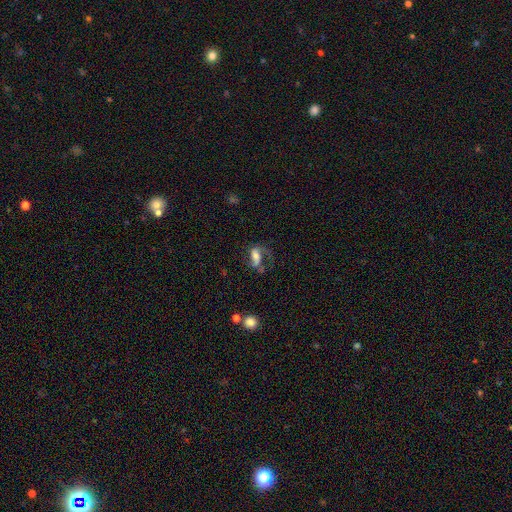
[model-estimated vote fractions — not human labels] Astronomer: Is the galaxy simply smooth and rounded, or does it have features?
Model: featured or disk — 61%.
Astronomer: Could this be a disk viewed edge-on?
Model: no — 94%.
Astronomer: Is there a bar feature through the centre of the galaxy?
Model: no — 38% (runner-up: weak, 35%).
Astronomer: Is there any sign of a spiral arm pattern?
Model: yes — 84%.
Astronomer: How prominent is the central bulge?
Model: moderate — 47% (runner-up: small, 23%).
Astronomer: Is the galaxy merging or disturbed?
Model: none — 40% (runner-up: major disturbance, 35%).